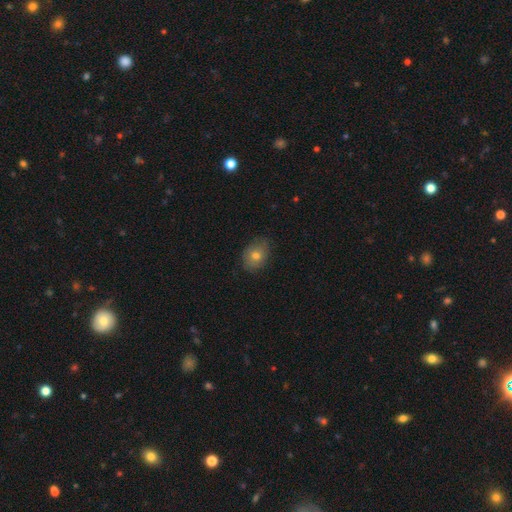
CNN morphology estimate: smooth 73%, featured or disk 17%, star or artifact 10%. Down the decision tree: how rounded — in between (65%); merging — none (77%).